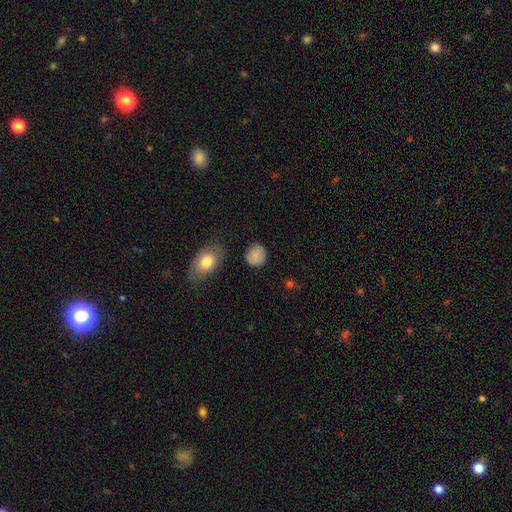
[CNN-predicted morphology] A smooth galaxy with no disk features (85%) that is round (83%).

Vote fractions:
- Smooth or featured? smooth: 85% / star or artifact: 8% / featured or disk: 6%
- How rounded? round: 83% / in between: 16% / cigar-shaped: 1%
- Merging? none: 82% / minor disturbance: 13% / major disturbance: 3% / merger: 2%